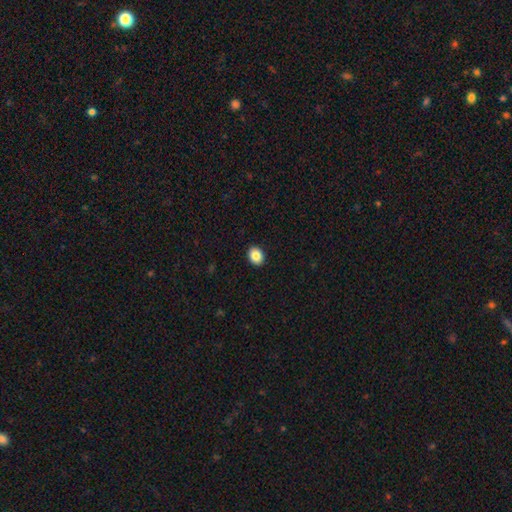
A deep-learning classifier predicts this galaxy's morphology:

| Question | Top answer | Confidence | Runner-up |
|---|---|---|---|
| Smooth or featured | smooth | 87% | star or artifact (8%) |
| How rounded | in between | 50% | tied: round (50%) |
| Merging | none | 92% | minor disturbance (6%) |